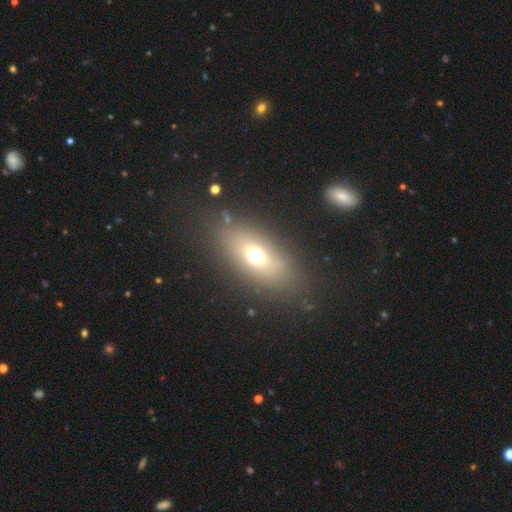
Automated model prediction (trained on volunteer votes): smooth-or-featured: smooth: 61% | featured or disk: 20% | star or artifact: 18%
  how-rounded: in between: 74% | round: 18% | cigar-shaped: 8%
  merging: none: 81% | minor disturbance: 10% | major disturbance: 7% | merger: 2%